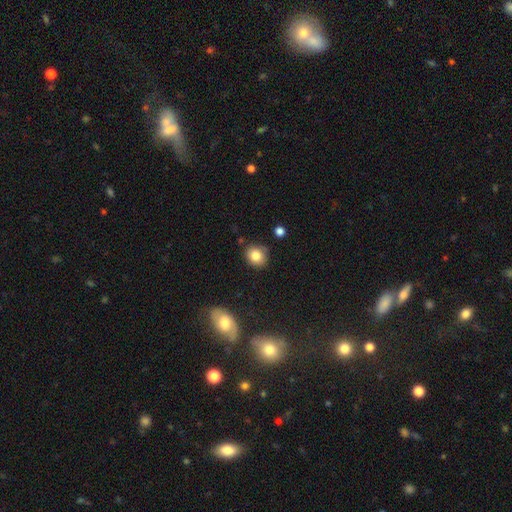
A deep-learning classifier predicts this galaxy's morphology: This is clearly a smooth galaxy (82%). How rounded: likely round (73%). Merging: clearly none (81%).